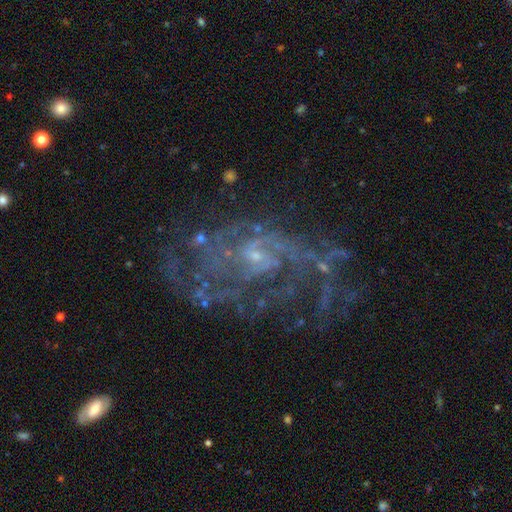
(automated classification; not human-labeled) Smooth or featured? featured or disk (71%)
Edge-on disk? no (95%)
Bar? no (66%)
Spiral arms? yes (76%)
Spiral winding? tight (41%)
Spiral arm count? can't tell (47%)
Bulge size? small (69%)
Merging? none (64%)